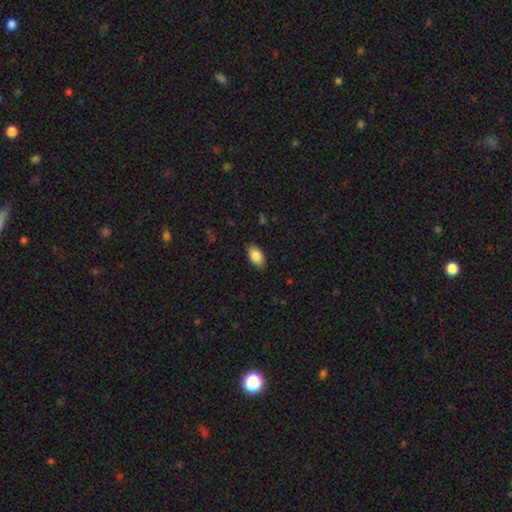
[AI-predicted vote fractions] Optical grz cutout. It shows a smooth galaxy with no disk features (85%) that is in between round and cigar-shaped (93%). Merging: none (86%).